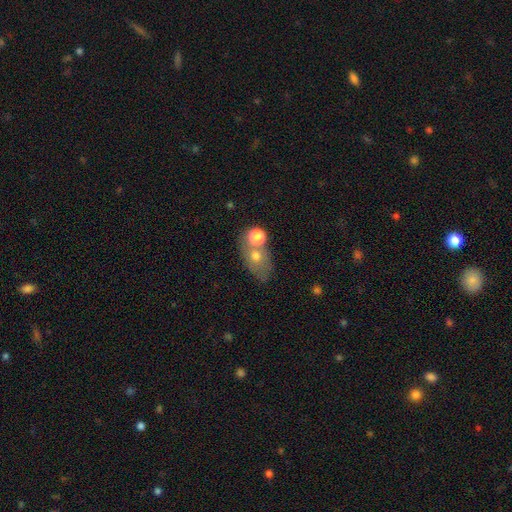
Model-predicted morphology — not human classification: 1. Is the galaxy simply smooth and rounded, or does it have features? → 61% smooth, 26% featured or disk, 13% star or artifact.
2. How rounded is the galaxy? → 71% in between, 26% round, 2% cigar-shaped.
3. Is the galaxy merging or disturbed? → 45% none, 35% merger, 14% minor disturbance, 7% major disturbance.